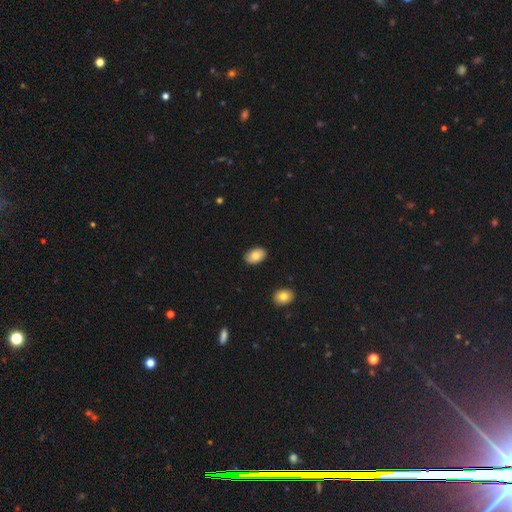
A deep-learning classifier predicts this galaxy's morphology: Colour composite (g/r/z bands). It shows a smooth galaxy with no disk features (83%) that is in between round and cigar-shaped (91%). Merging: none (88%).